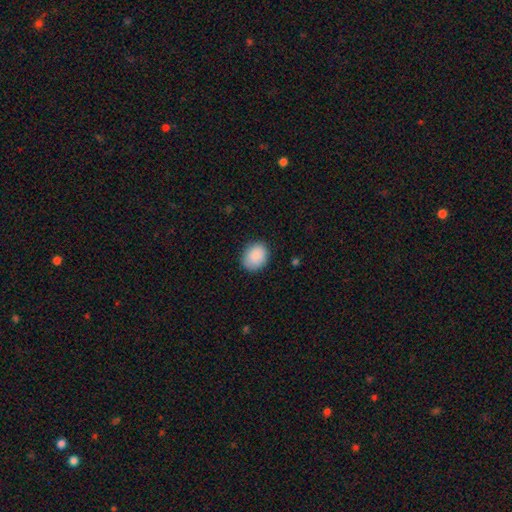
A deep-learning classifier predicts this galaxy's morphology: smooth-or-featured: smooth: 90% | star or artifact: 7% | featured or disk: 3%
  how-rounded: round: 53% | in between: 46% | cigar-shaped: 1%
  merging: none: 84% | minor disturbance: 12% | major disturbance: 3% | merger: 1%